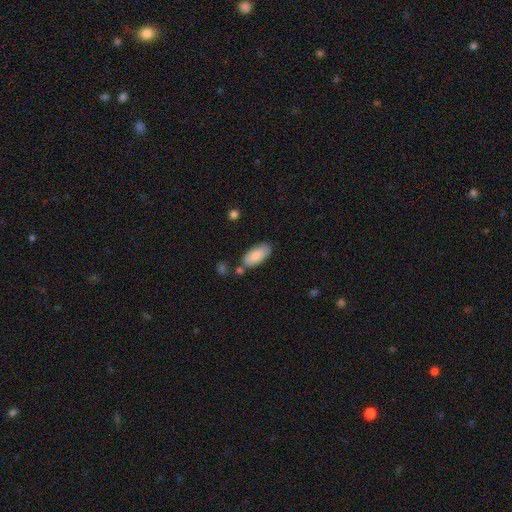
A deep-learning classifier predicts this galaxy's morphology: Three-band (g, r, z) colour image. It shows a smooth galaxy with no disk features (86%) that is in between round and cigar-shaped (90%). Merging: none (71%).